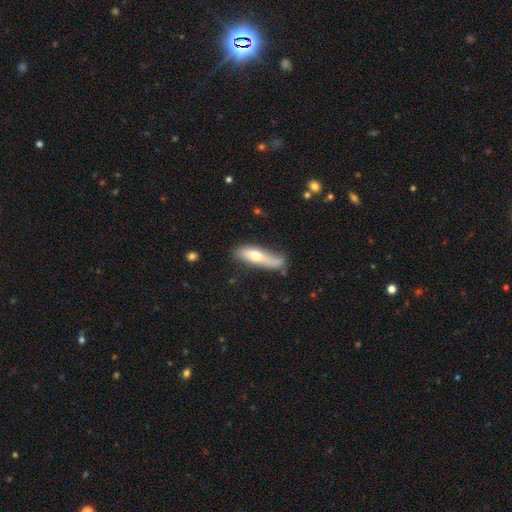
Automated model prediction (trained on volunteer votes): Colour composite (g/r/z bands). It shows a smooth galaxy with no disk features (59%) that is cigar-shaped (61%). Merging: none (51%).